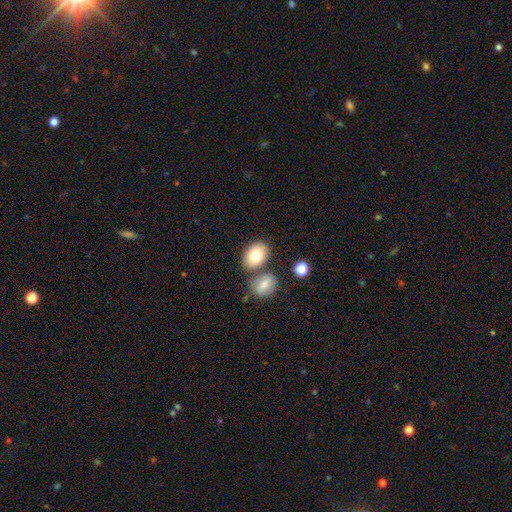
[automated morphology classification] Smooth or featured? smooth (79%)
How rounded? in between (75%)
Merging? none (65%)